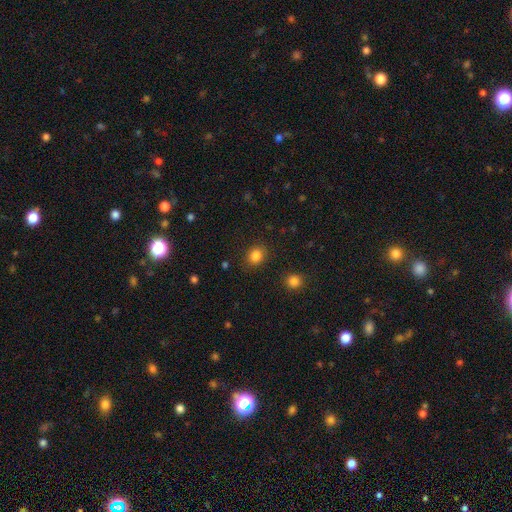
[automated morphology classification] A smooth galaxy with no disk features (84%) that is round (64%). Merging: none (87%).